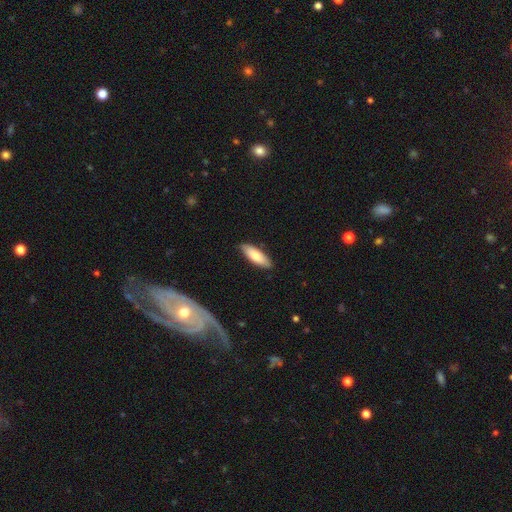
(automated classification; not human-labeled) Smooth or featured? smooth (79%)
How rounded? in between (63%)
Merging? none (86%)